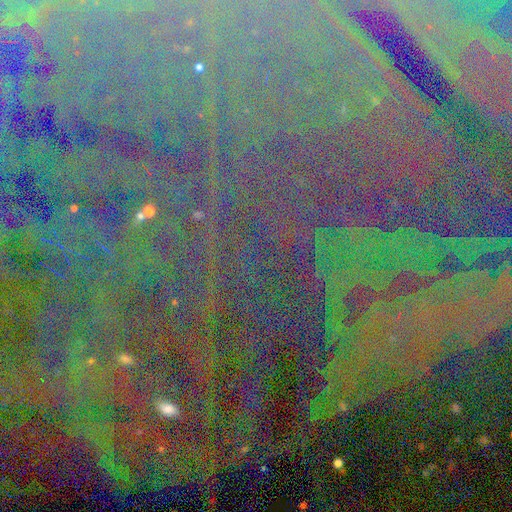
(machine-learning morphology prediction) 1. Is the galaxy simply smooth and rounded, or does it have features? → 85% star or artifact, 8% smooth, 7% featured or disk.